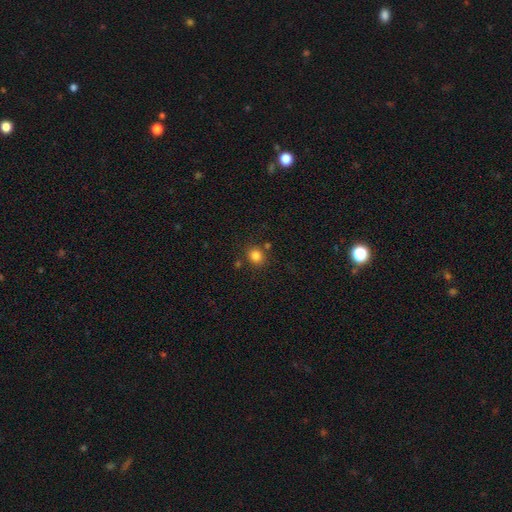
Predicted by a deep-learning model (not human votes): Smooth or featured: smooth — 82% (star or artifact — 12%)
How rounded: round — 74% (in between — 25%)
Merging: none — 80% (minor disturbance — 10%)